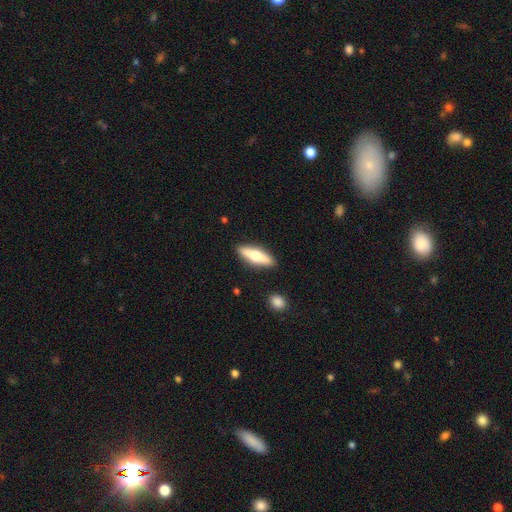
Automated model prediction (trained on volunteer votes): Smooth or featured?
  - smooth: 51% *
  - featured or disk: 43%
  - star or artifact: 6%
How rounded?
  - cigar-shaped: 59% *
  - in between: 39%
  - round: 2%
Merging?
  - none: 88% *
  - minor disturbance: 8%
  - merger: 2%
  - major disturbance: 2%